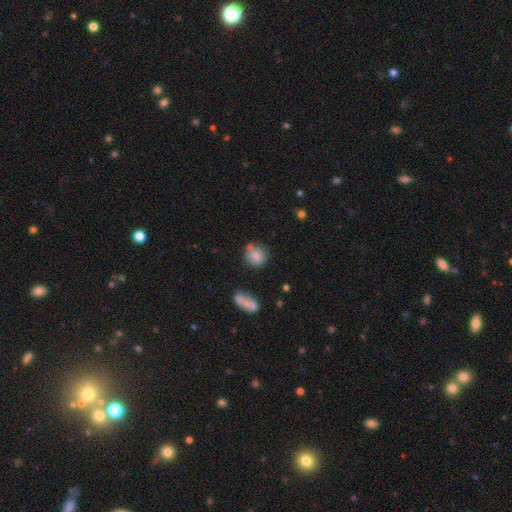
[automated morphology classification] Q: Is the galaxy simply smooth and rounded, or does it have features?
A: smooth — 79%.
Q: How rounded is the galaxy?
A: round — 83%.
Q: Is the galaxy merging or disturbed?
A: none — 62%.